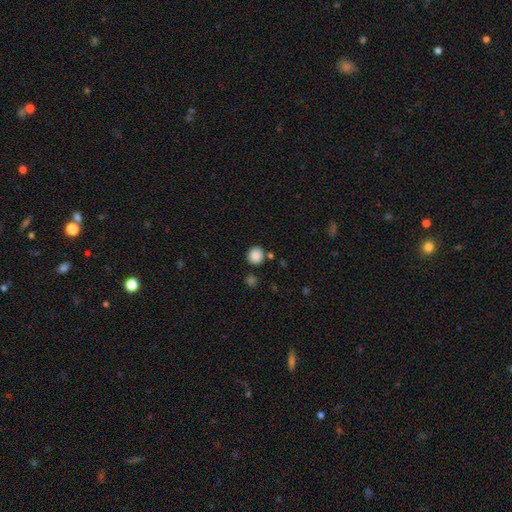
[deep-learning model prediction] Q: Smooth or featured?
A: smooth (87%); runner-up: star or artifact (9%)
Q: How rounded?
A: round (87%); runner-up: in between (12%)
Q: Merging?
A: none (83%); runner-up: minor disturbance (9%)